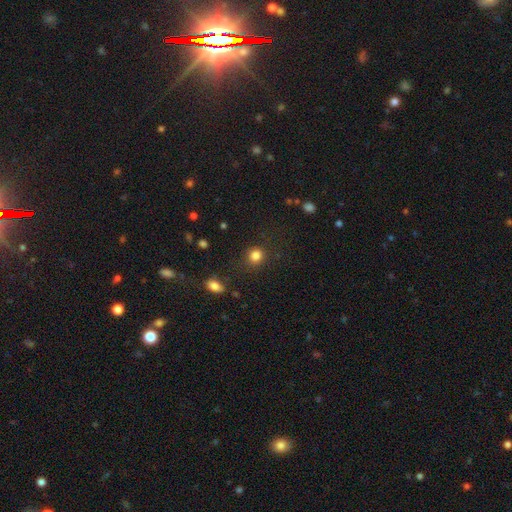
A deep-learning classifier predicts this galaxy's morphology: Smooth or featured? smooth (84%)
How rounded? round (87%)
Merging? none (85%)